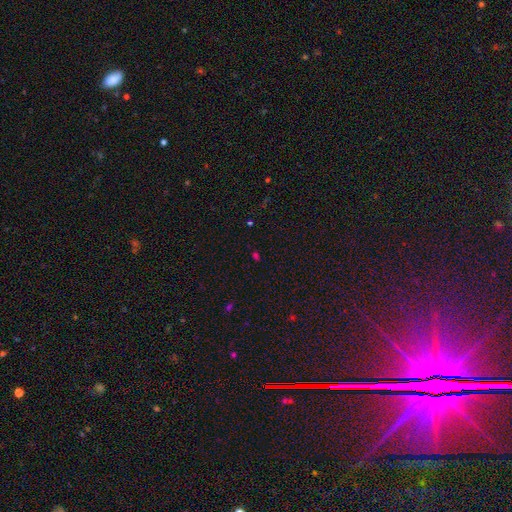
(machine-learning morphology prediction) A star or artifact, not a galaxy (53%).